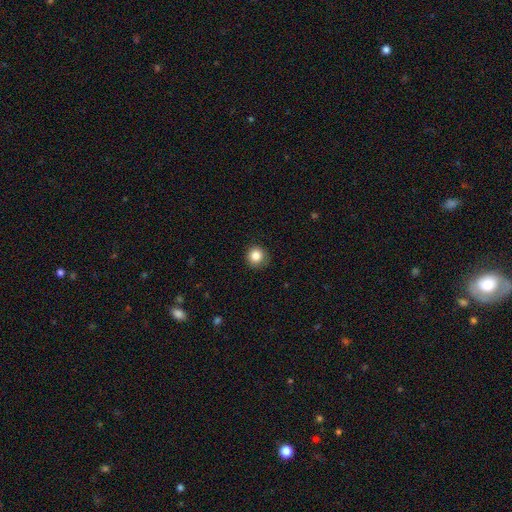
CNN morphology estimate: smooth_or_featured: smooth (p=0.85) [alt: star or artifact p=0.10]
how_rounded: round (p=0.92) [alt: in between p=0.07]
merging: none (p=0.88) [alt: minor disturbance p=0.09]